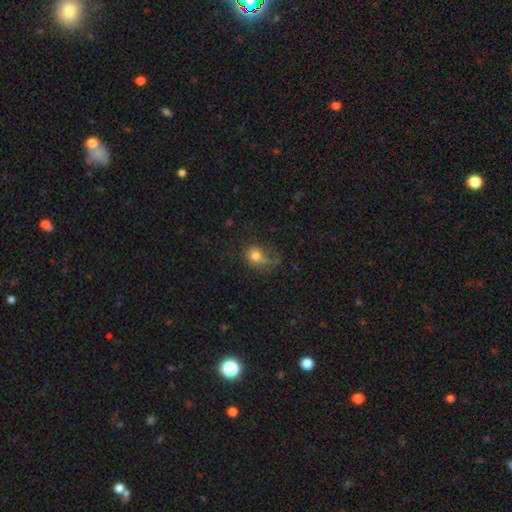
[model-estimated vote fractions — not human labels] Smooth or featured? Predicted: smooth (p=0.68). How rounded? Predicted: round (p=0.62). Merging? Predicted: major disturbance (p=0.44).